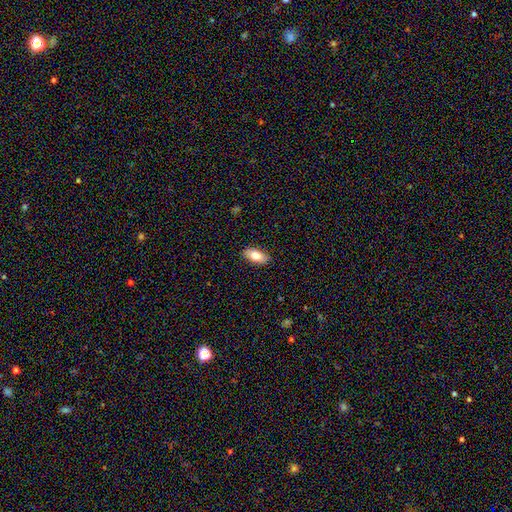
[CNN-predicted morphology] smooth_or_featured: smooth (p=0.79) [alt: featured or disk p=0.14]
how_rounded: in between (p=0.87) [alt: cigar-shaped p=0.10]
merging: none (p=0.89) [alt: minor disturbance p=0.08]